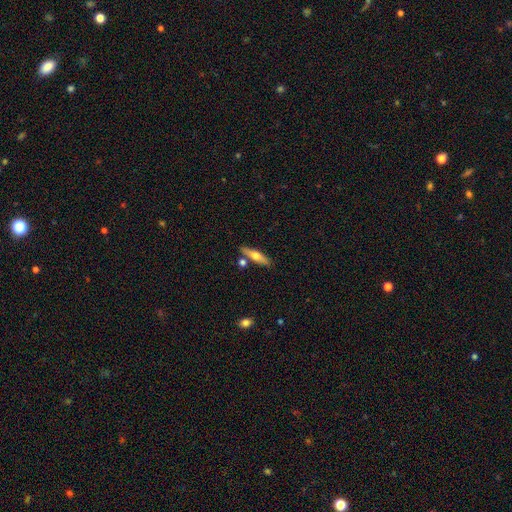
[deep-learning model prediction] Smooth or featured?
  - smooth: 54% *
  - featured or disk: 40%
  - star or artifact: 6%
How rounded?
  - cigar-shaped: 68% *
  - in between: 30%
  - round: 3%
Merging?
  - none: 77% *
  - minor disturbance: 11%
  - merger: 9%
  - major disturbance: 3%